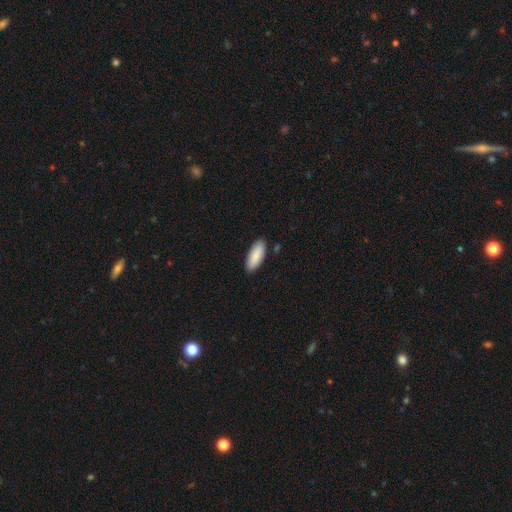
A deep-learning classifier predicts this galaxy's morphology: Smooth or featured?
  - smooth: 88% *
  - featured or disk: 6%
  - star or artifact: 5%
How rounded?
  - in between: 80% *
  - cigar-shaped: 19%
  - round: 2%
Merging?
  - none: 88% *
  - minor disturbance: 9%
  - major disturbance: 2%
  - merger: 1%